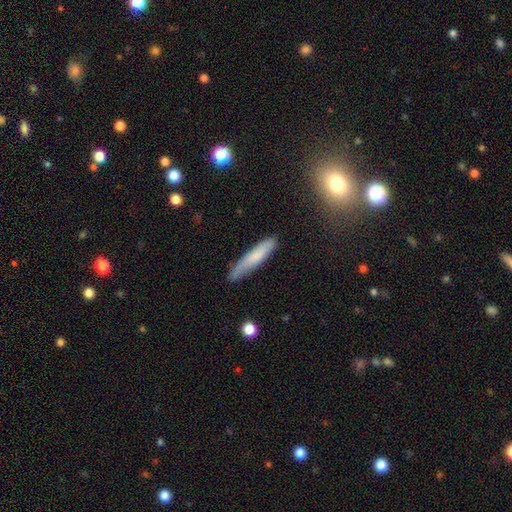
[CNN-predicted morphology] Q: Smooth or featured?
A: smooth (70%); runner-up: featured or disk (24%)
Q: How rounded?
A: cigar-shaped (91%); runner-up: in between (8%)
Q: Merging?
A: none (77%); runner-up: minor disturbance (17%)